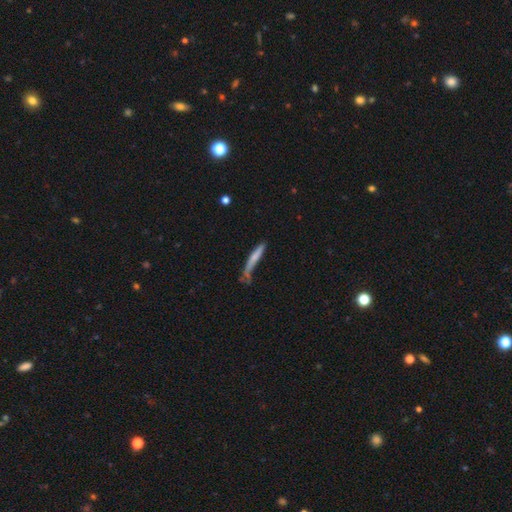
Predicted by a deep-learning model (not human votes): Smooth or featured: smooth — 51% (featured or disk — 38%)
How rounded: cigar-shaped — 91% (in between — 6%)
Merging: none — 45% (minor disturbance — 25%)